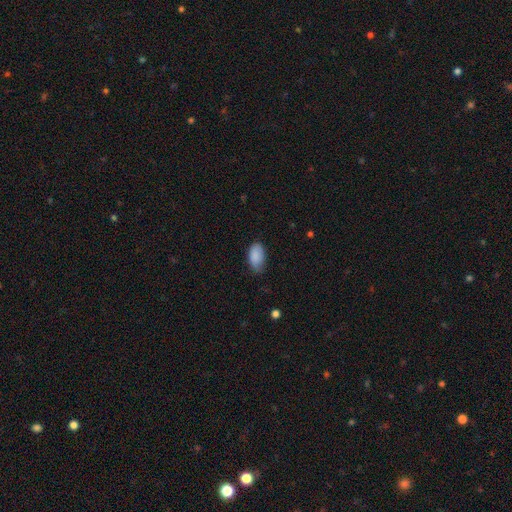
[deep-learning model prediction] Morphology: type=smooth (87%); roundness=in between (94%); merging=none (63%).